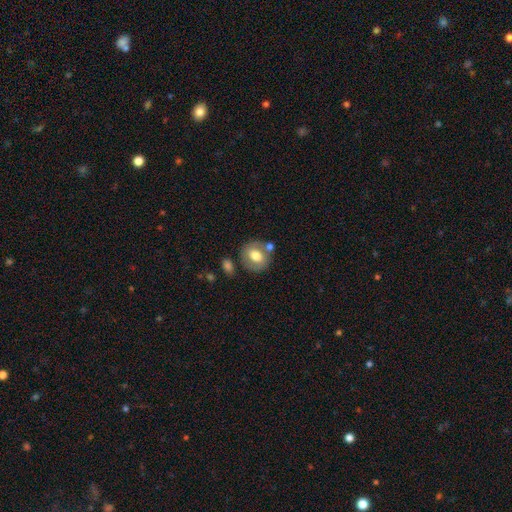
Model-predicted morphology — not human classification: smooth_or_featured: smooth (p=0.62) [alt: featured or disk p=0.31]
how_rounded: round (p=0.75) [alt: in between p=0.24]
merging: none (p=0.70) [alt: minor disturbance p=0.15]